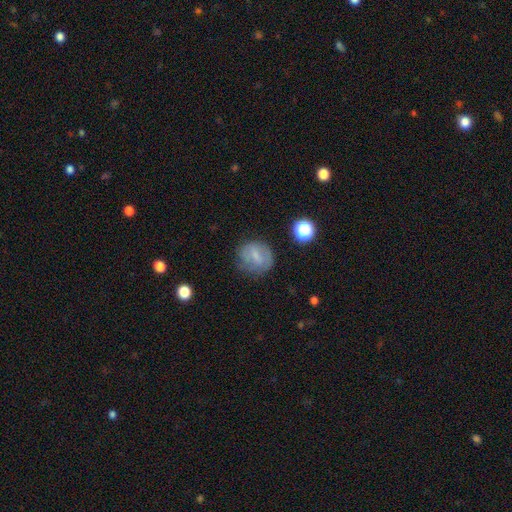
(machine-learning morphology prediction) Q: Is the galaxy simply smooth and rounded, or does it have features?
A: smooth — 59%.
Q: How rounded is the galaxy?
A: round — 73%.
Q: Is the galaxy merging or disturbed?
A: none — 63%.